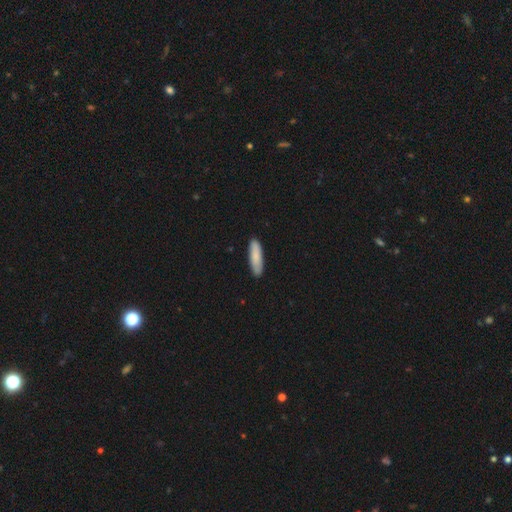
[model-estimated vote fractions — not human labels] This appears to be a smooth galaxy with no disk features (87%) that is cigar-shaped (67%). Merging: none (90%).